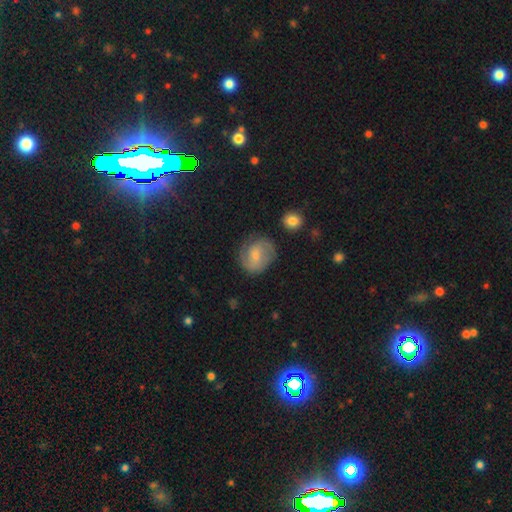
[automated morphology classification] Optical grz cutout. It shows a featured or disk galaxy (53%) with no bar (45%, tied with weak), spiral arms (84%) and a small central bulge (58%). Merging: none (73%).